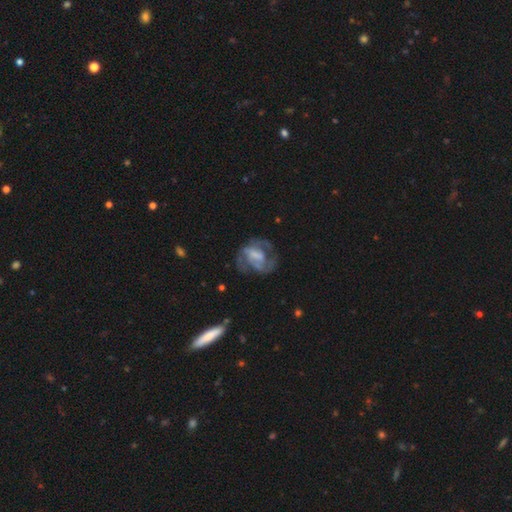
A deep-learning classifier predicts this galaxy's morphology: Smooth or featured? Predicted: featured or disk (p=0.68). Edge-on disk? Predicted: no (p=0.97). Bar? Predicted: no (p=0.43). Spiral arms? Predicted: yes (p=0.66). Bulge size? Predicted: none (p=0.36). Merging? Predicted: none (p=0.49).